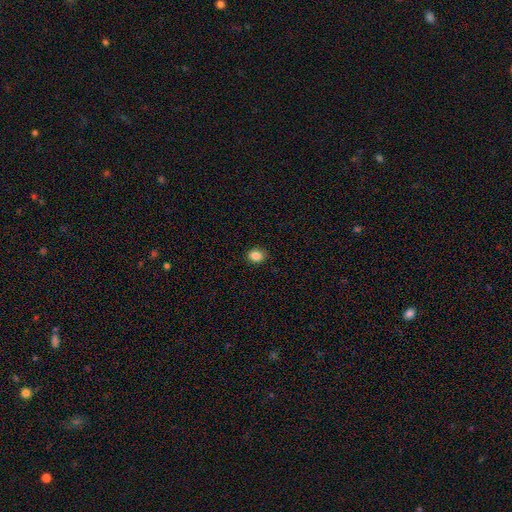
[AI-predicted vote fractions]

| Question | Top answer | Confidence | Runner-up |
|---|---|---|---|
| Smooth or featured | smooth | 85% | star or artifact (10%) |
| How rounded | round | 70% | in between (30%) |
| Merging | none | 90% | minor disturbance (7%) |